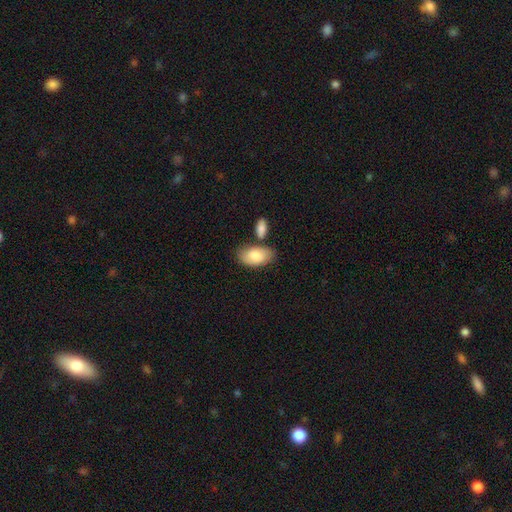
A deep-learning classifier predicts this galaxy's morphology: type=smooth (78%); roundness=in between (94%); merging=none (60%).